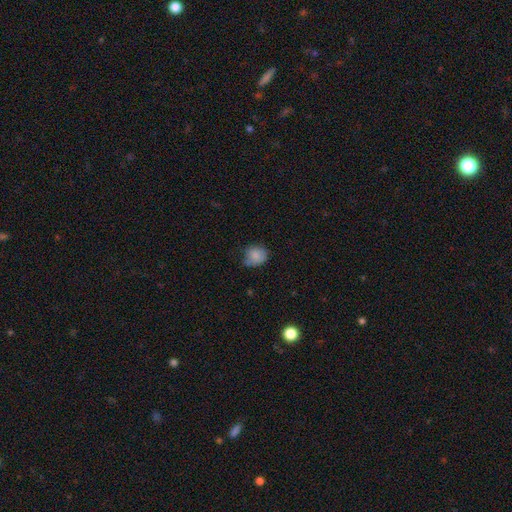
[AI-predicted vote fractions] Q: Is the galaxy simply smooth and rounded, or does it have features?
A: smooth — 83%.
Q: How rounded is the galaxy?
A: round — 74%.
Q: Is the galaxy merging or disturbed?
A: none — 60%.